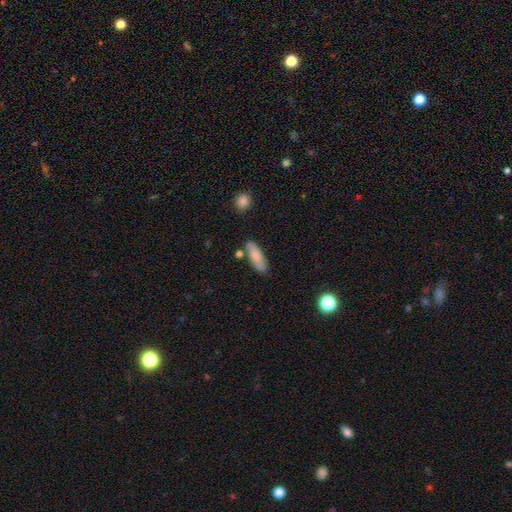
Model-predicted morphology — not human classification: smooth_or_featured: smooth (p=0.80) [alt: featured or disk p=0.14]
how_rounded: in between (p=0.60) [alt: cigar-shaped p=0.38]
merging: none (p=0.74) [alt: minor disturbance p=0.16]